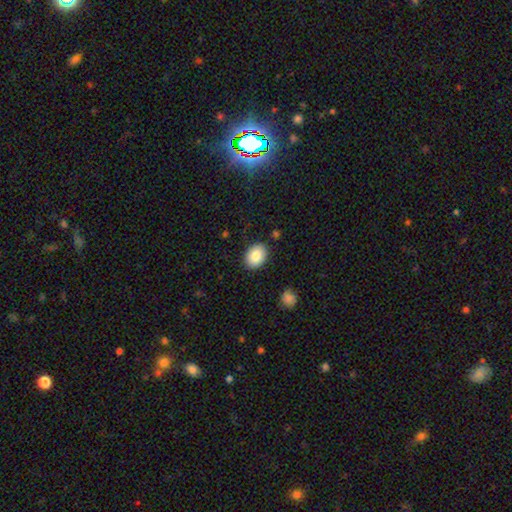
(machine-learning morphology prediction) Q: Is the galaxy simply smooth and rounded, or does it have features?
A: smooth — 85%.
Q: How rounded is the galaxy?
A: in between — 64%.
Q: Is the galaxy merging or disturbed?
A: none — 87%.